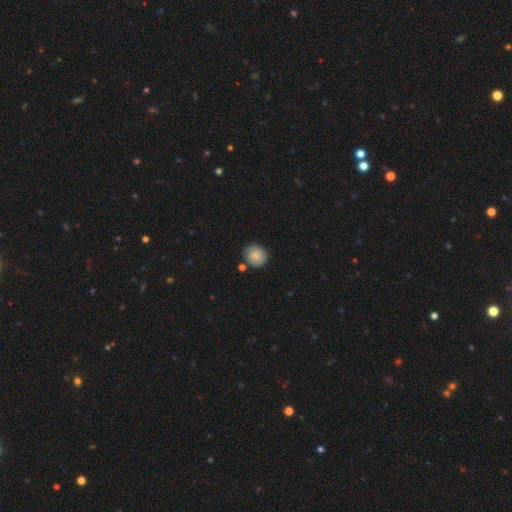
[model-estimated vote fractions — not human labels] This appears to be a smooth galaxy with no disk features (82%) that is round (79%). Merging: none (78%).